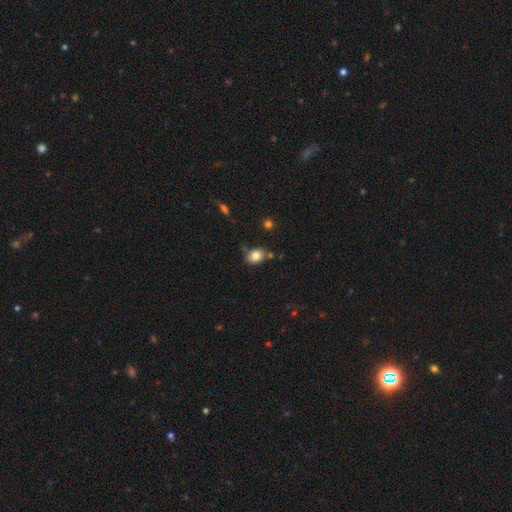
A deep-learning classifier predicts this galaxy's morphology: type=smooth (82%); roundness=in between (71%); merging=none (73%).